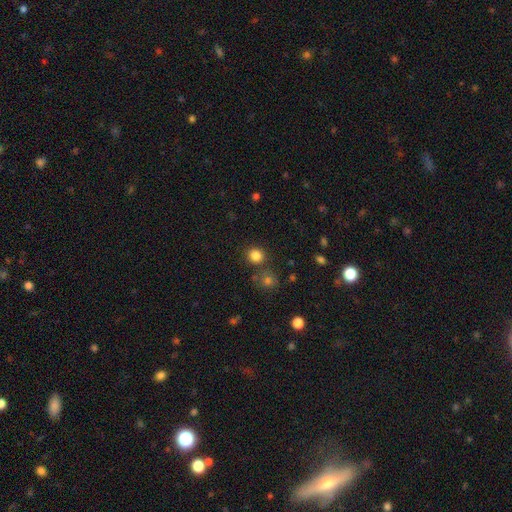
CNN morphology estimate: This is clearly a smooth galaxy (83%). How rounded: clearly round (87%). Merging: clearly none (82%).